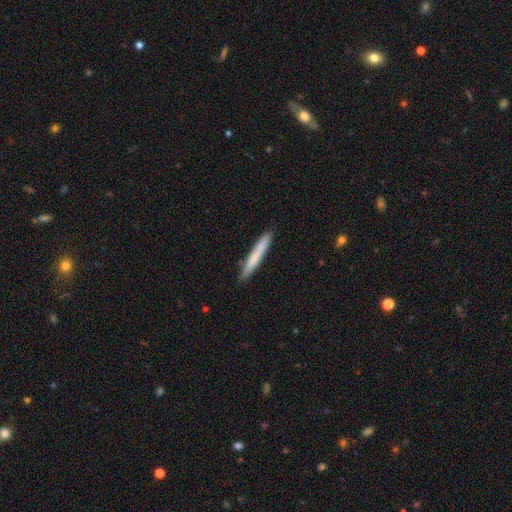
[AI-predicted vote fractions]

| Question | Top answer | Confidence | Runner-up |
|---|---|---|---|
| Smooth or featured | smooth | 70% | featured or disk (24%) |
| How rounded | cigar-shaped | 96% | in between (3%) |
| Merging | none | 89% | minor disturbance (8%) |